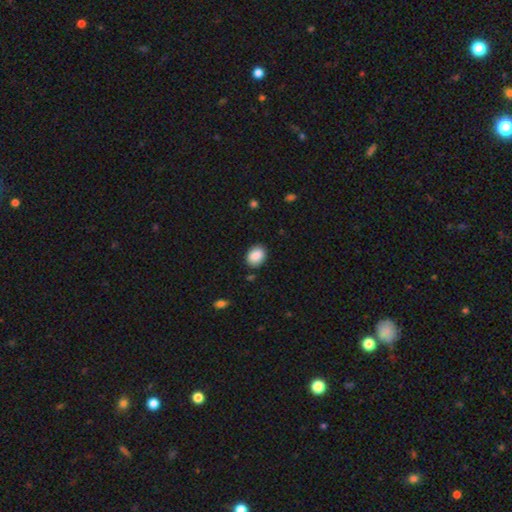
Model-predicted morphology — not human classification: Q: Smooth or featured?
A: smooth (89%); runner-up: star or artifact (7%)
Q: How rounded?
A: in between (60%); runner-up: round (39%)
Q: Merging?
A: none (84%); runner-up: minor disturbance (11%)